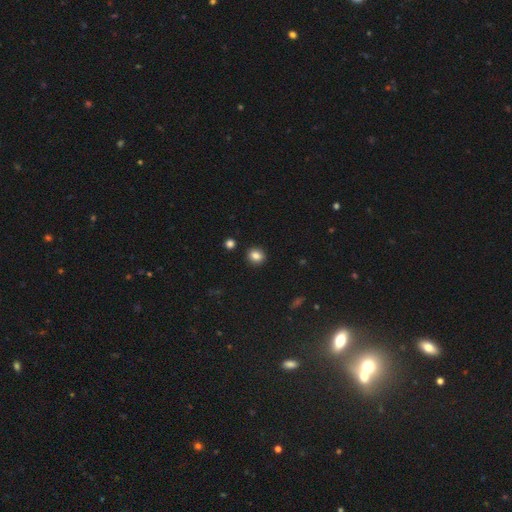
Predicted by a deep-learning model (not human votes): smooth-or-featured: smooth: 84% | star or artifact: 11% | featured or disk: 5%
  how-rounded: round: 74% | in between: 25% | cigar-shaped: 1%
  merging: none: 90% | minor disturbance: 6% | merger: 2% | major disturbance: 2%